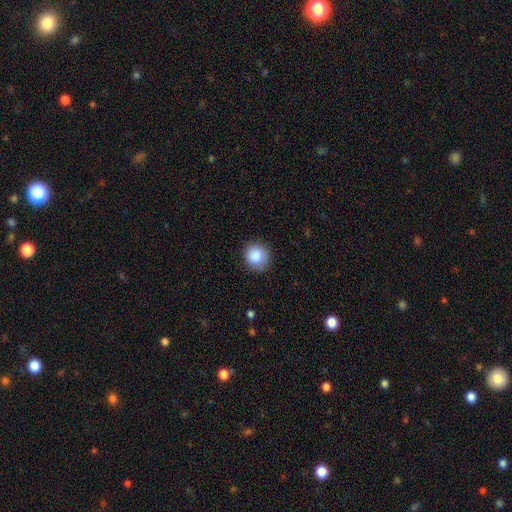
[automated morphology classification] Overall: smooth (88%). How rounded: round (88%). Merging: none (85%).